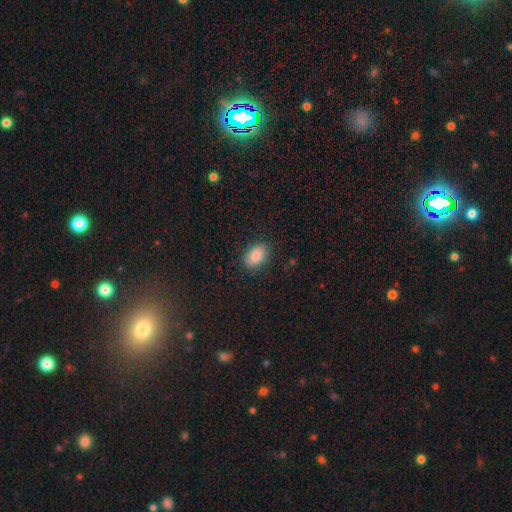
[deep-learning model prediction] Smooth or featured?
  - smooth: 86% *
  - star or artifact: 8%
  - featured or disk: 6%
How rounded?
  - in between: 81% *
  - round: 18%
  - cigar-shaped: 1%
Merging?
  - none: 84% *
  - minor disturbance: 12%
  - major disturbance: 3%
  - merger: 1%